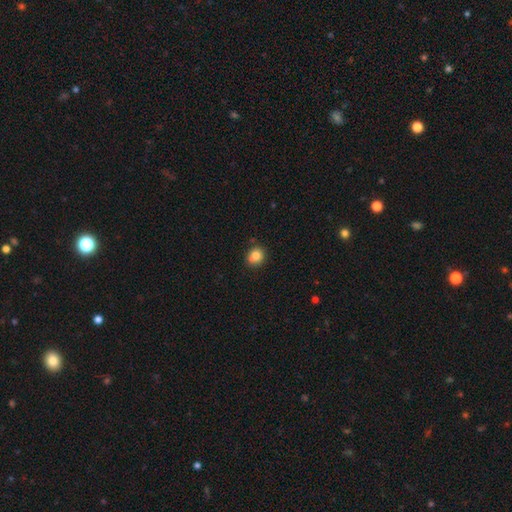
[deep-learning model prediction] smooth 81%, star or artifact 10%, featured or disk 9%. Down the decision tree: how rounded — round (76%); merging — none (69%).